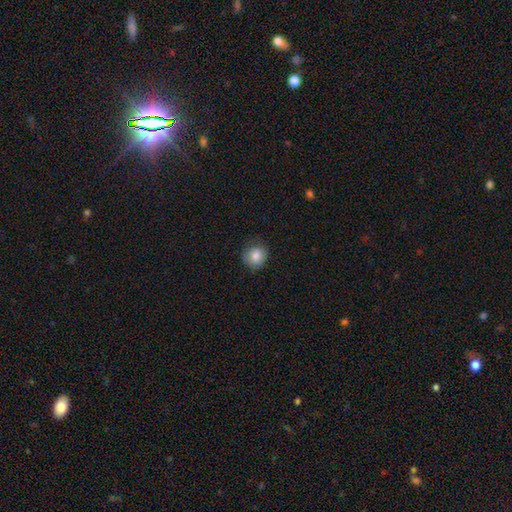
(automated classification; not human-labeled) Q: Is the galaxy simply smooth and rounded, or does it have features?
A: smooth — 83%.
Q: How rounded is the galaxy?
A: round — 79%.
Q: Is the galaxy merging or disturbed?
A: none — 78%.